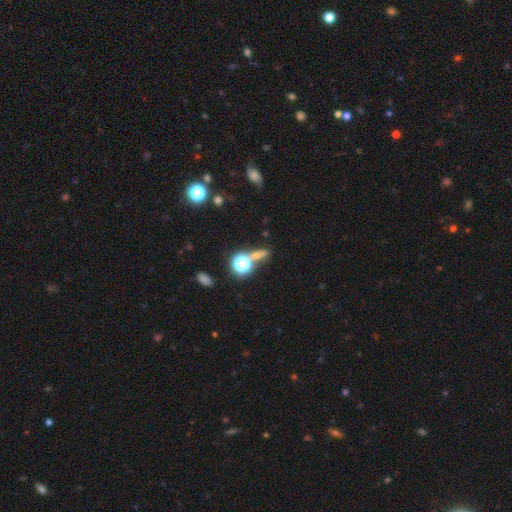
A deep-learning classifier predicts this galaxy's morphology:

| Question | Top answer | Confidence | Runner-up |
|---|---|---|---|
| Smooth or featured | smooth | 49% | star or artifact (39%) |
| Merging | none | 54% | merger (27%) |